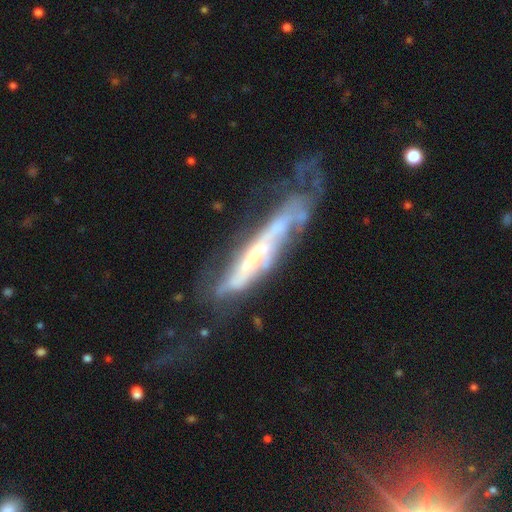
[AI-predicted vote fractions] This appears to be a featured or disk galaxy (73%) viewed edge-on (55%). Merging: major disturbance (36%).